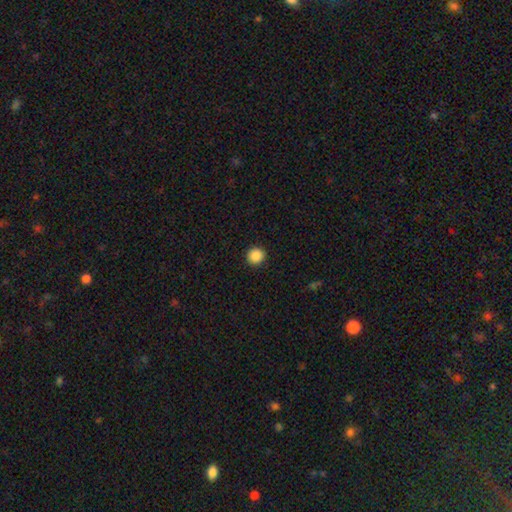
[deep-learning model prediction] smooth 88%, star or artifact 9%, featured or disk 3%. Down the decision tree: how rounded — round (94%); merging — none (93%).